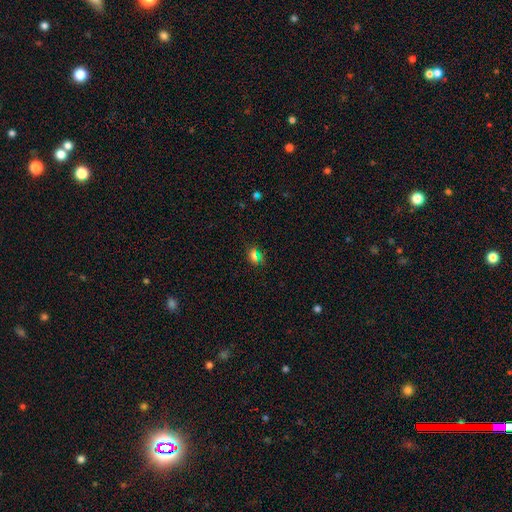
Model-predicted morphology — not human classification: Smooth or featured?
  - smooth: 60% *
  - star or artifact: 32%
  - featured or disk: 8%
How rounded?
  - in between: 61% *
  - round: 32%
  - cigar-shaped: 7%
Merging?
  - none: 80% *
  - minor disturbance: 13%
  - major disturbance: 5%
  - merger: 3%